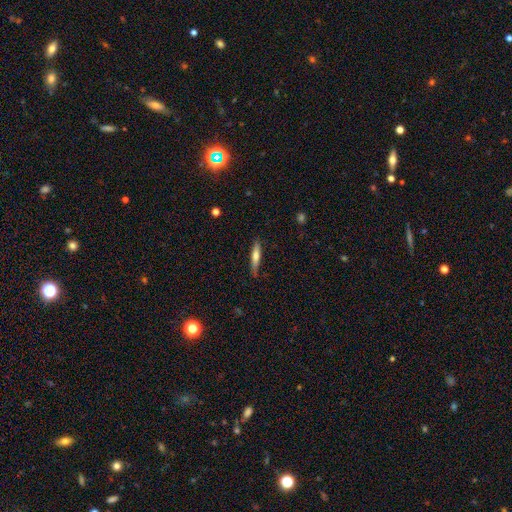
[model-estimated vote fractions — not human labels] Smooth or featured? Predicted: smooth (p=0.62). How rounded? Predicted: cigar-shaped (p=0.88). Merging? Predicted: none (p=0.84).